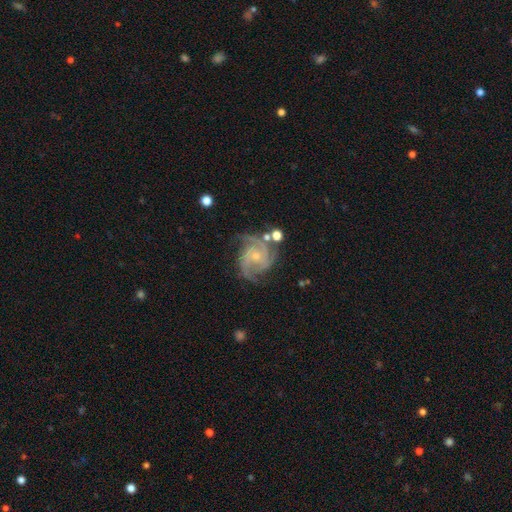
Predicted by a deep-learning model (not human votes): featured or disk 91%, star or artifact 5%, smooth 4%. Down the decision tree: edge-on disk — no (98%); bar — no (69%); spiral arms — yes (98%); spiral arm count — 3 (51%); spiral winding — tight (50%); bulge size — small (71%); merging — none (67%).